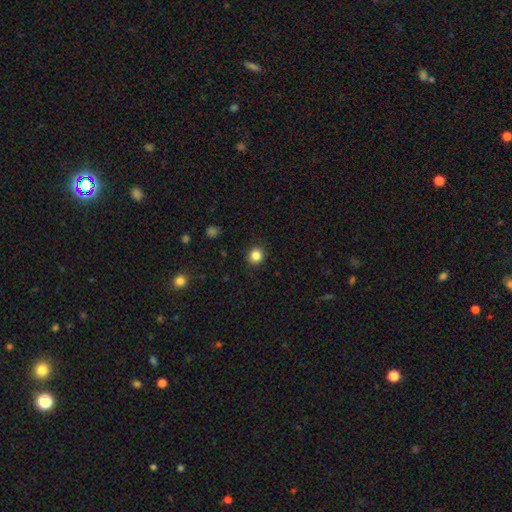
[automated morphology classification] This appears to be a smooth galaxy with no disk features (85%) that is round (86%). Merging: none (90%).